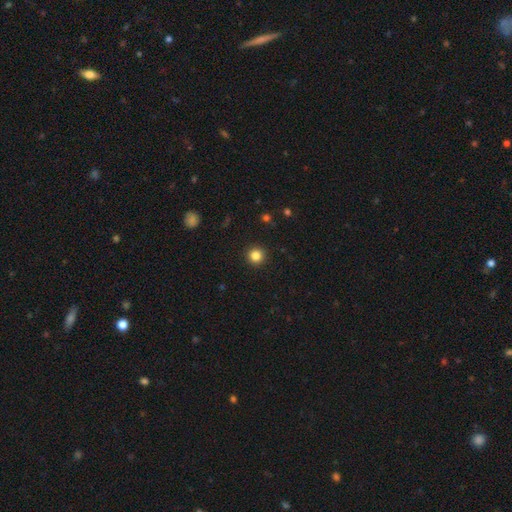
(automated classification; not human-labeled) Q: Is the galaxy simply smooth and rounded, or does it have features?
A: smooth — 84%.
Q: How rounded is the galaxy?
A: round — 95%.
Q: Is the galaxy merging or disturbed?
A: none — 93%.